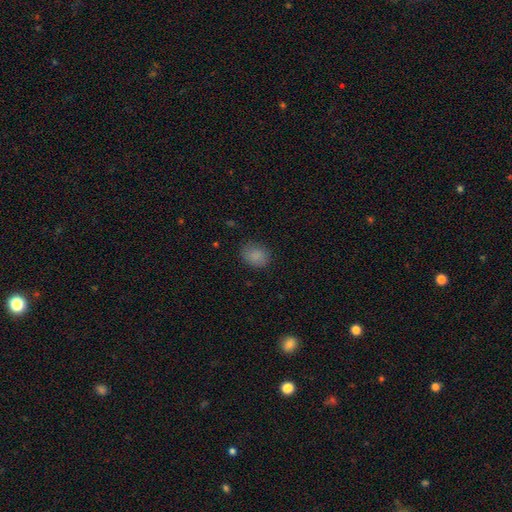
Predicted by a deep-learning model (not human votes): Morphology: type=smooth (86%); roundness=round (53%); merging=none (80%).